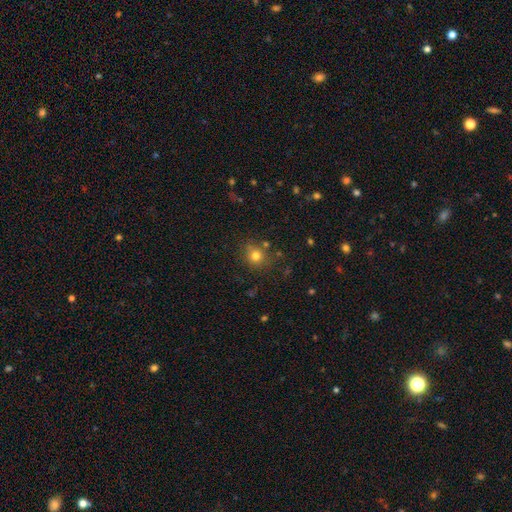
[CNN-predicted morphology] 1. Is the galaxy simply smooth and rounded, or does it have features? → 76% smooth, 16% star or artifact, 8% featured or disk.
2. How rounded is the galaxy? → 85% round, 14% in between, 1% cigar-shaped.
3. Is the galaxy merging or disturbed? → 78% none, 12% minor disturbance, 6% merger, 4% major disturbance.